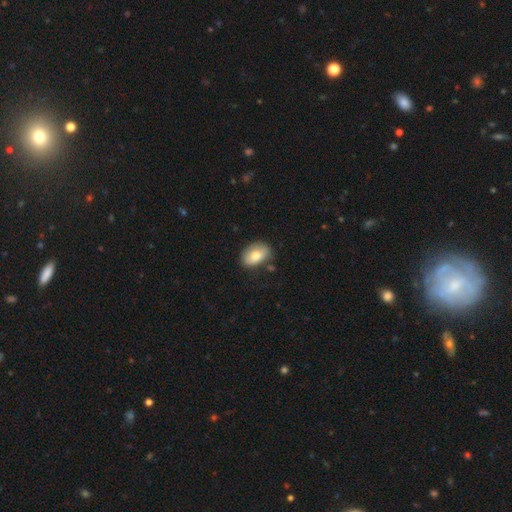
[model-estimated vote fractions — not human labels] This is likely a smooth galaxy (76%). How rounded: clearly in between (86%). Merging: likely none (75%).